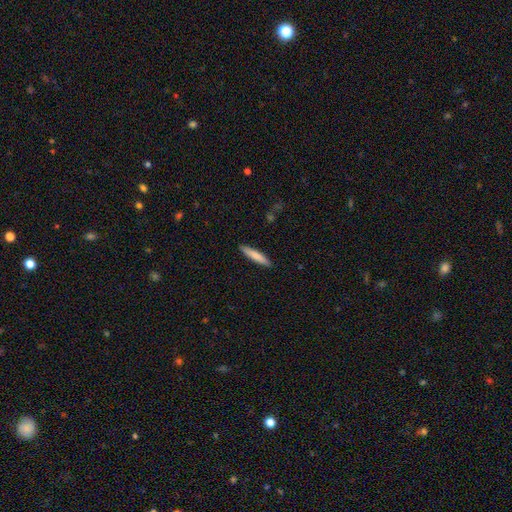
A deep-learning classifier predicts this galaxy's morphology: The model was most divided on "smooth or featured": smooth: 78%, featured or disk: 16%, star or artifact: 5%. More confident: merging — none (90%); how rounded — cigar-shaped (89%).